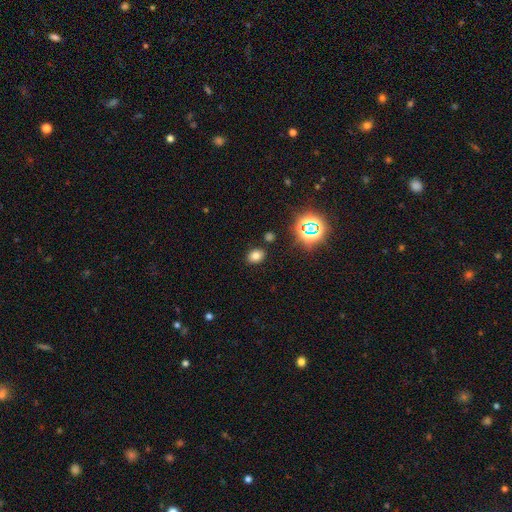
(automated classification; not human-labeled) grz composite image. It shows a smooth galaxy with no disk features (73%) that is in between round and cigar-shaped (60%). Merging: none (85%).